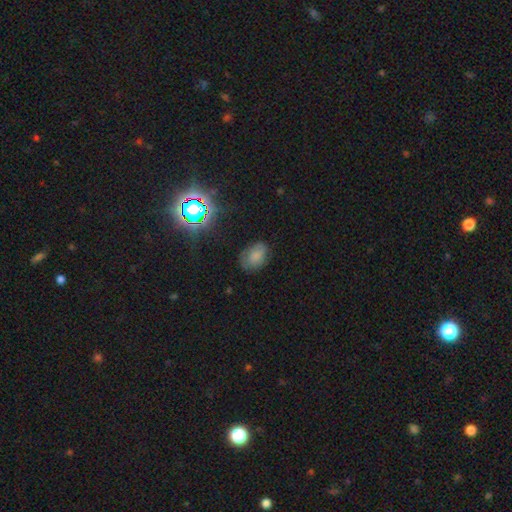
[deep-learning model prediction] Smooth or featured: smooth — 67% (featured or disk — 18%)
How rounded: in between — 79% (round — 19%)
Merging: none — 69% (minor disturbance — 22%)